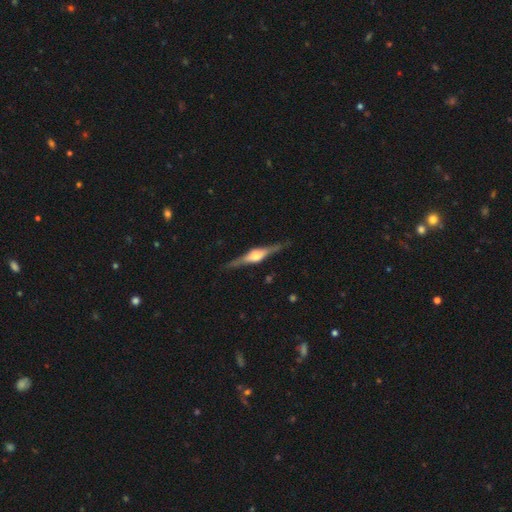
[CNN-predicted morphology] Q: Smooth or featured?
A: featured or disk (82%); runner-up: smooth (13%)
Q: Edge-on disk?
A: yes (98%); runner-up: no (2%)
Q: Edge-on bulge?
A: rounded (86%); runner-up: boxy (12%)
Q: Merging?
A: none (87%); runner-up: minor disturbance (10%)